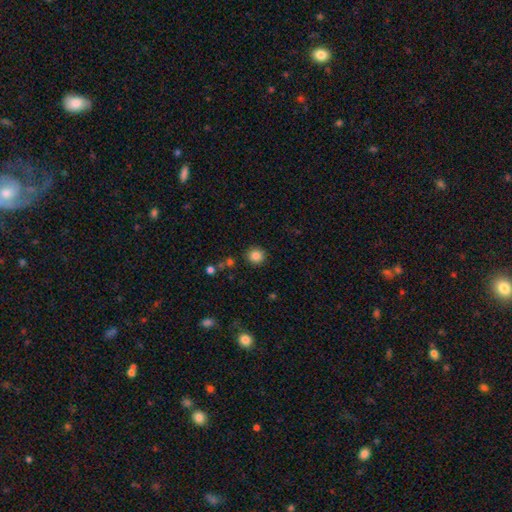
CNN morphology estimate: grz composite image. It shows a smooth galaxy with no disk features (85%) that is round (91%). Merging: none (90%).